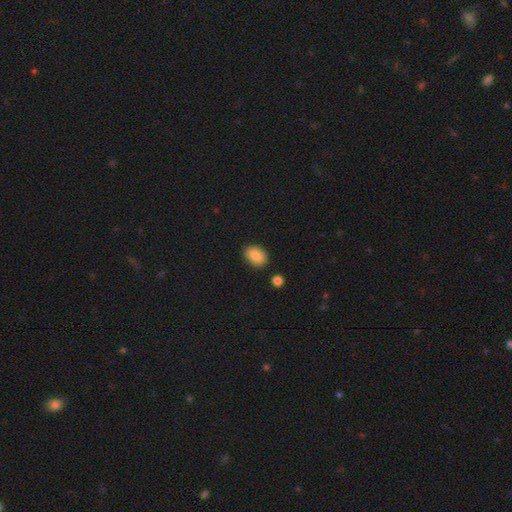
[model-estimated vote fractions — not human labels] A smooth galaxy with no disk features (83%) that is in between round and cigar-shaped (82%).

Vote fractions:
- Smooth or featured? smooth: 83% / featured or disk: 9% / star or artifact: 8%
- How rounded? in between: 82% / round: 16% / cigar-shaped: 1%
- Merging? none: 85% / minor disturbance: 10% / merger: 2% / major disturbance: 2%